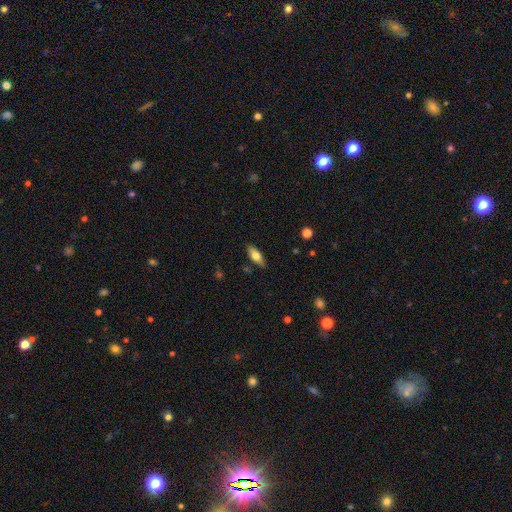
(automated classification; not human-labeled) The model was most divided on "smooth or featured": smooth: 68%, featured or disk: 26%, star or artifact: 6%. More confident: merging — none (85%); how rounded — in between (76%).